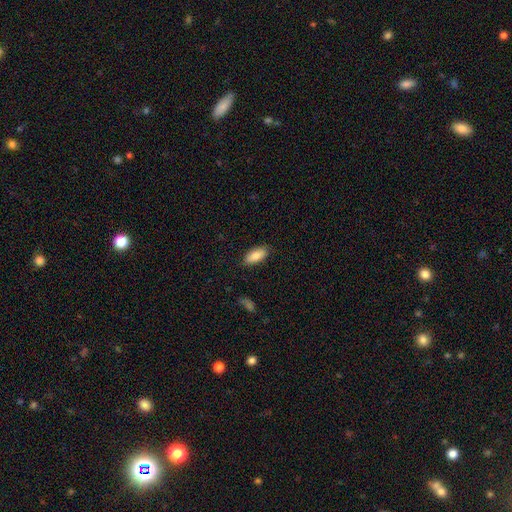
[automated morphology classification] This appears to be a smooth galaxy with no disk features (83%) that is in between round and cigar-shaped (87%). Merging: none (84%).